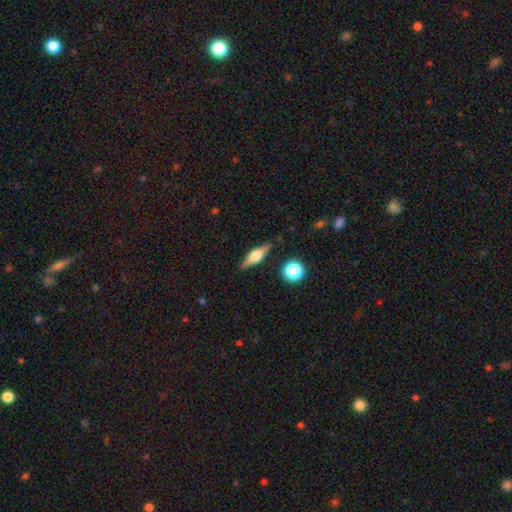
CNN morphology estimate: type=featured or disk (54%); edge-on=yes (93%); edge-on bulge=rounded (91%); merging=none (86%).